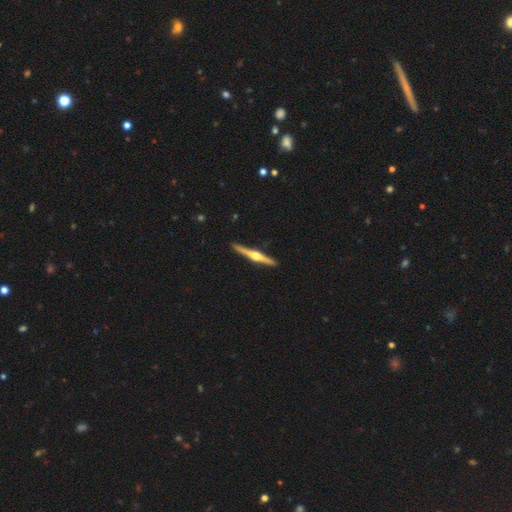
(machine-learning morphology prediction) type=featured or disk (83%); edge-on=yes (99%); edge-on bulge=rounded (95%); merging=none (92%).